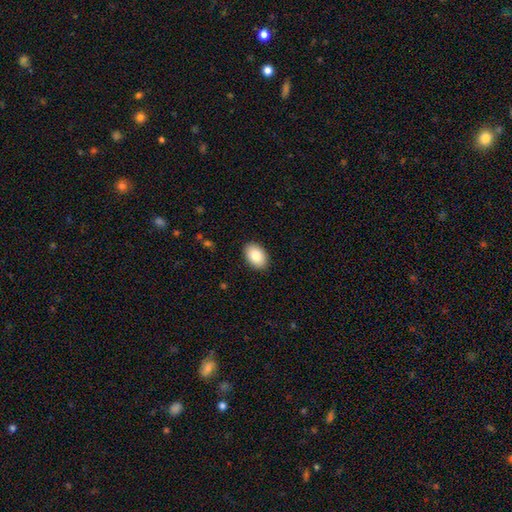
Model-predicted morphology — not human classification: smooth_or_featured: smooth (p=0.84) [alt: featured or disk p=0.09]
how_rounded: in between (p=0.87) [alt: round p=0.12]
merging: none (p=0.90) [alt: minor disturbance p=0.08]